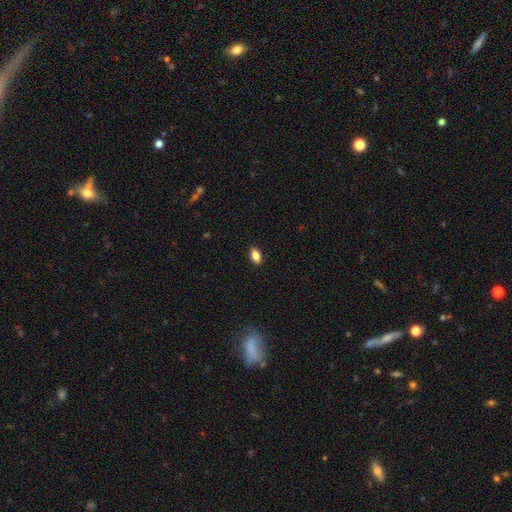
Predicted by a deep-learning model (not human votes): Q: Smooth or featured?
A: smooth (84%); runner-up: star or artifact (9%)
Q: How rounded?
A: in between (88%); runner-up: round (6%)
Q: Merging?
A: none (89%); runner-up: minor disturbance (8%)